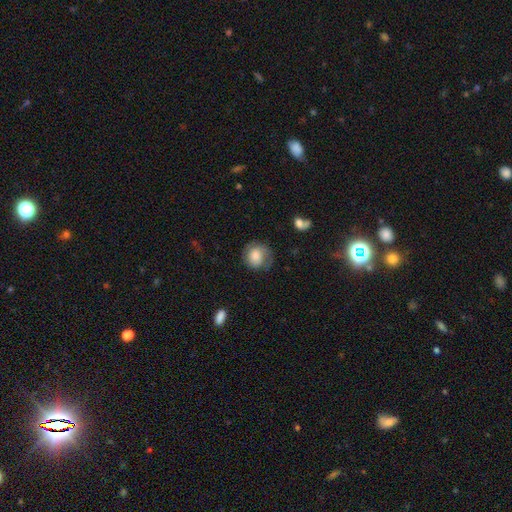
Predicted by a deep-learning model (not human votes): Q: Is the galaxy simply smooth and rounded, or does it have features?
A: smooth — 59%.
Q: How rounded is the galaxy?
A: round — 82%.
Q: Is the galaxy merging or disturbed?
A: none — 63%.